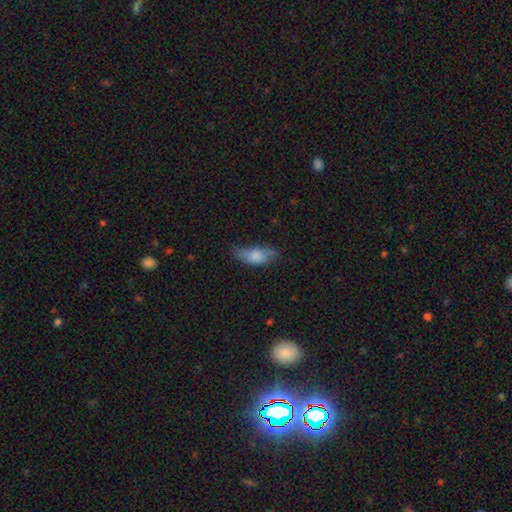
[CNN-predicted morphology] type=smooth (74%); roundness=in between (82%); merging=none (46%).